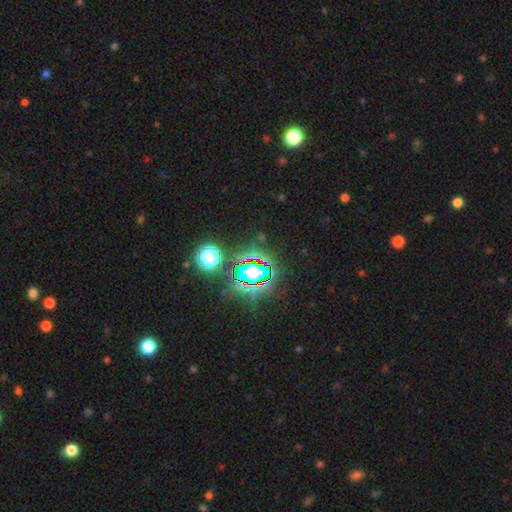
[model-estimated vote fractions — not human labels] smooth_or_featured: star or artifact (p=0.84) [alt: smooth p=0.10]